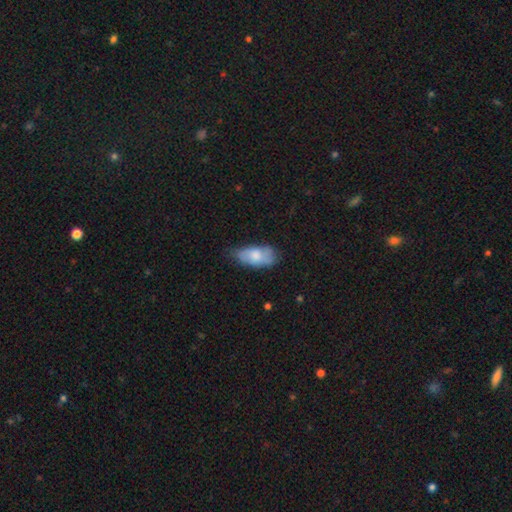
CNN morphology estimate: smooth 71%, featured or disk 22%, star or artifact 7%. Down the decision tree: how rounded — in between (92%); merging — none (51%).